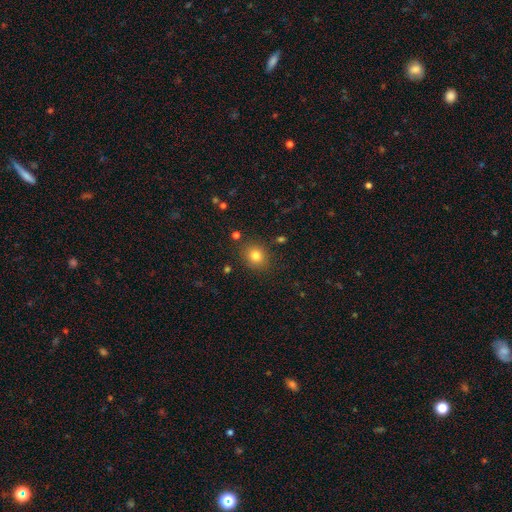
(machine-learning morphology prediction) Smooth or featured: smooth — 81% (star or artifact — 12%)
How rounded: round — 69% (in between — 30%)
Merging: none — 85% (minor disturbance — 9%)